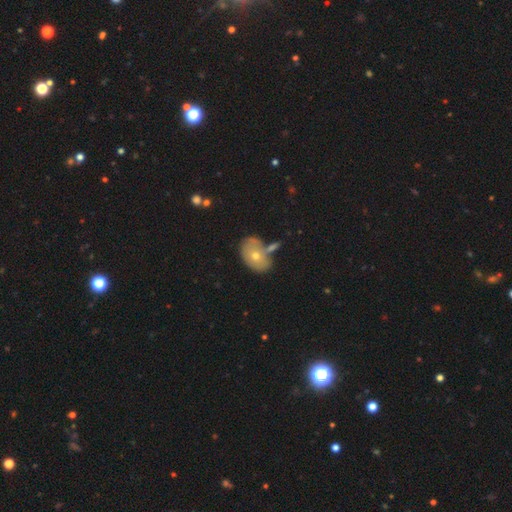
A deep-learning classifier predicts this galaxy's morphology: Smooth or featured?
  - smooth: 58% *
  - featured or disk: 33%
  - star or artifact: 10%
How rounded?
  - in between: 78% *
  - round: 20%
  - cigar-shaped: 1%
Merging?
  - none: 53% *
  - merger: 23%
  - minor disturbance: 18%
  - major disturbance: 6%